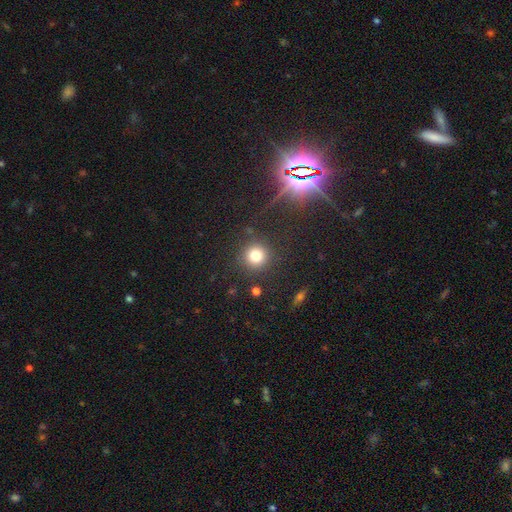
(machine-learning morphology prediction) The model was most divided on "smooth or featured": smooth: 77%, star or artifact: 17%, featured or disk: 7%. More confident: how rounded — round (93%); merging — none (87%).